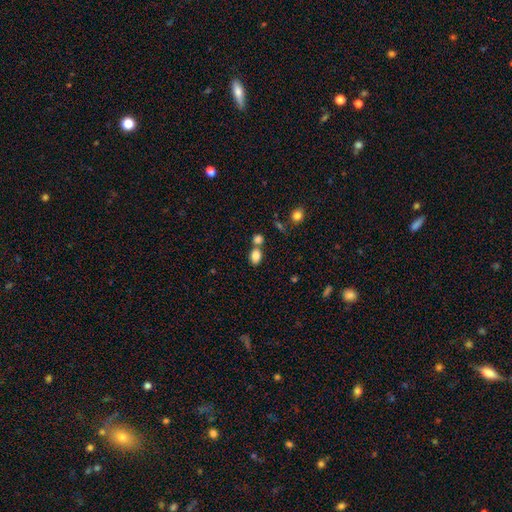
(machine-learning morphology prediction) This is clearly a smooth galaxy (83%). How rounded: likely in between (69%). Merging: possibly none (53%).